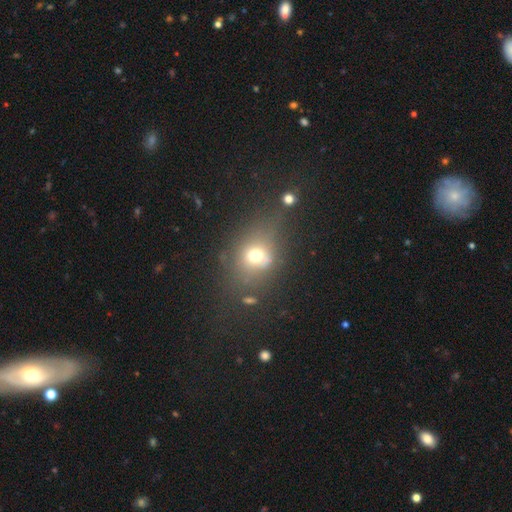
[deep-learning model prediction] Q: Smooth or featured?
A: smooth (63%); runner-up: star or artifact (20%)
Q: How rounded?
A: round (63%); runner-up: in between (35%)
Q: Merging?
A: none (57%); runner-up: minor disturbance (19%)